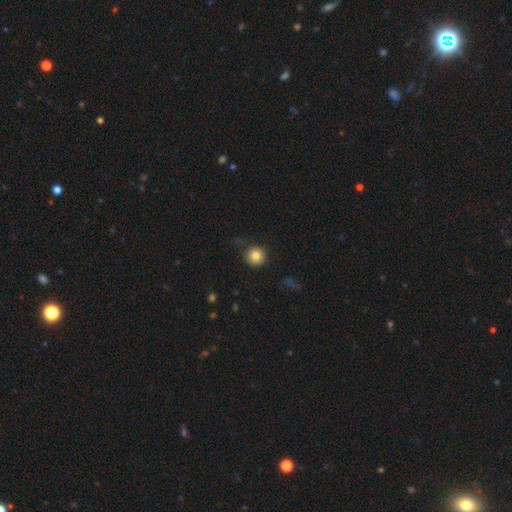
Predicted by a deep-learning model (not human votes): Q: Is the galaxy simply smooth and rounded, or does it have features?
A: smooth — 83%.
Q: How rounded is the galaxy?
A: round — 95%.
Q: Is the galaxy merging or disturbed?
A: none — 87%.